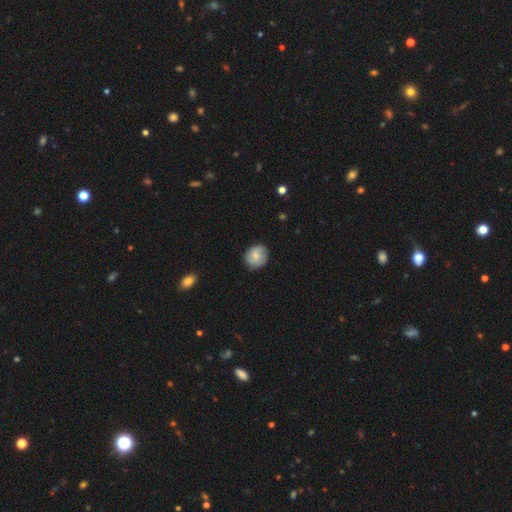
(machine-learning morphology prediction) A smooth galaxy with no disk features (64%) that is round (71%).

Vote fractions:
- Smooth or featured? smooth: 64% / featured or disk: 29% / star or artifact: 7%
- How rounded? round: 71% / in between: 28% / cigar-shaped: 1%
- Merging? none: 79% / minor disturbance: 17% / major disturbance: 3% / merger: 1%